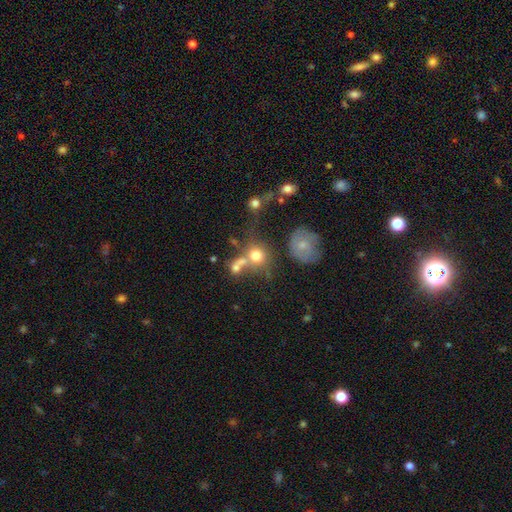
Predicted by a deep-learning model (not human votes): Q: Smooth or featured?
A: smooth (70%); runner-up: featured or disk (16%)
Q: How rounded?
A: round (79%); runner-up: in between (20%)
Q: Merging?
A: merger (40%); runner-up: none (38%)